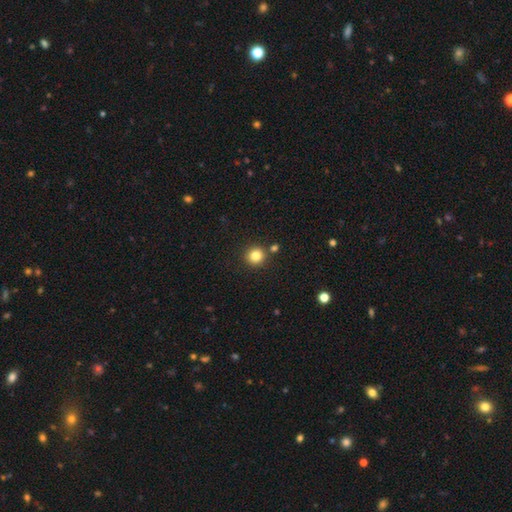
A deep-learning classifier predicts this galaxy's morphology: type=smooth (83%); roundness=round (94%); merging=none (86%).